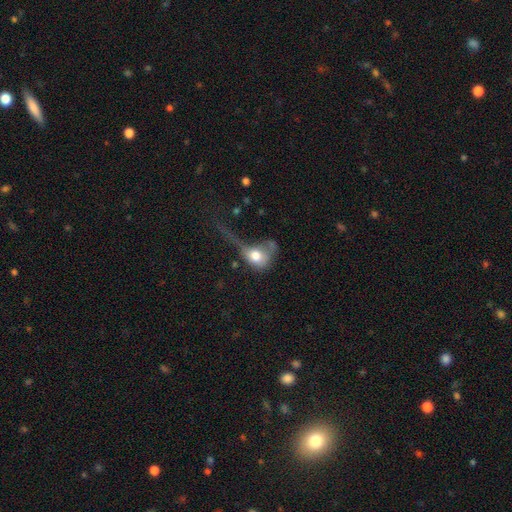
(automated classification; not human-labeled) smooth_or_featured: smooth (p=0.68) [alt: featured or disk p=0.23]
how_rounded: in between (p=0.57) [alt: round p=0.40]
merging: major disturbance (p=0.57) [alt: minor disturbance p=0.17]